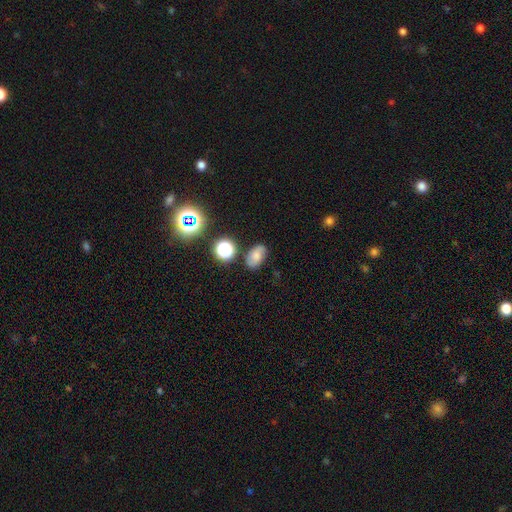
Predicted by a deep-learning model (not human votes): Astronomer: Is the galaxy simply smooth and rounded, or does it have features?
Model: smooth — 60%.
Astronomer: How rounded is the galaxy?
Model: in between — 84%.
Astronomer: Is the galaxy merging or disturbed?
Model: none — 76%.